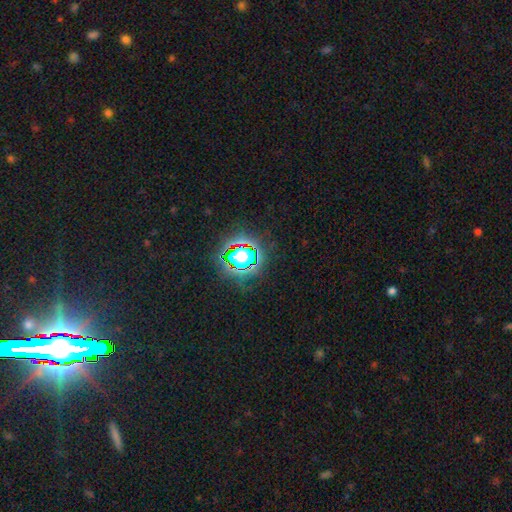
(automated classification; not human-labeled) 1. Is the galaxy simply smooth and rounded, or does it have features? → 83% star or artifact, 9% smooth, 8% featured or disk.